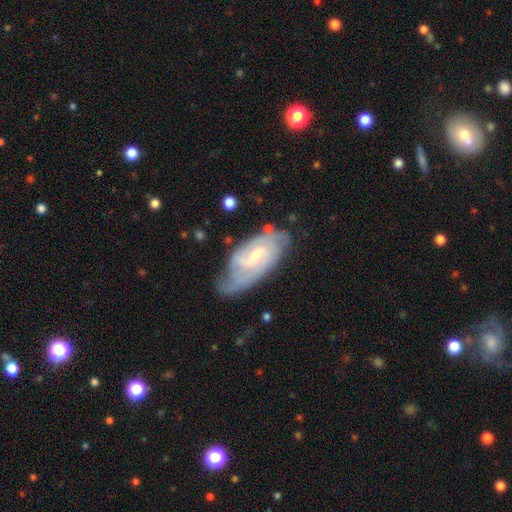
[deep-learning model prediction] Q: Smooth or featured?
A: featured or disk (79%); runner-up: smooth (15%)
Q: Edge-on disk?
A: no (93%); runner-up: yes (7%)
Q: Bar?
A: weak (55%); runner-up: no (31%)
Q: Spiral arms?
A: yes (93%); runner-up: no (7%)
Q: Spiral winding?
A: tight (47%); runner-up: medium (39%)
Q: Spiral arm count?
A: 2 (48%); runner-up: can't tell (30%)
Q: Bulge size?
A: small (54%); runner-up: moderate (41%)
Q: Merging?
A: none (56%); runner-up: minor disturbance (29%)